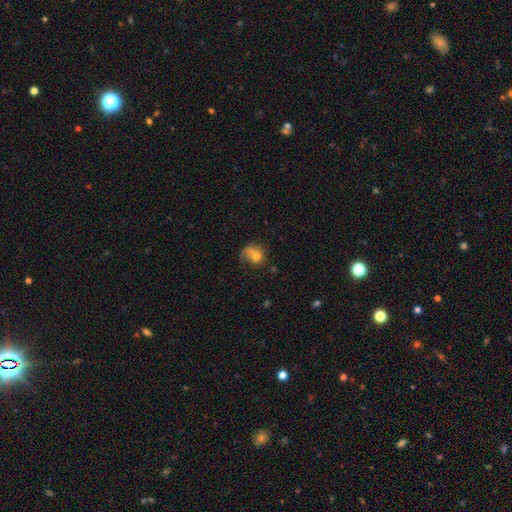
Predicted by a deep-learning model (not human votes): This is likely a smooth galaxy (66%). How rounded: likely round (63%). Merging: marginally none (36%).